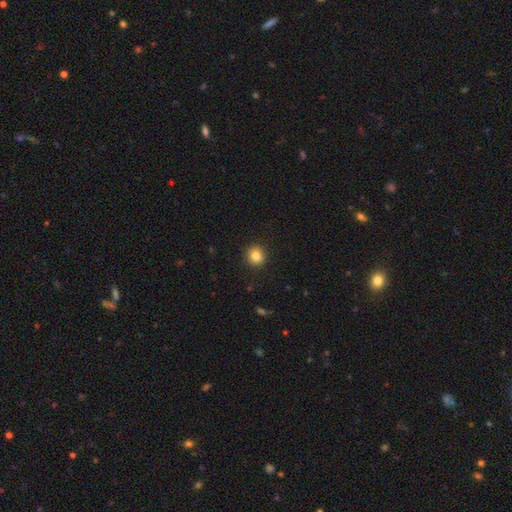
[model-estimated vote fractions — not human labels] A smooth galaxy with no disk features (82%) that is round (89%).

Vote fractions:
- Smooth or featured? smooth: 82% / star or artifact: 11% / featured or disk: 7%
- How rounded? round: 89% / in between: 10% / cigar-shaped: 1%
- Merging? none: 91% / minor disturbance: 6% / major disturbance: 2% / merger: 1%